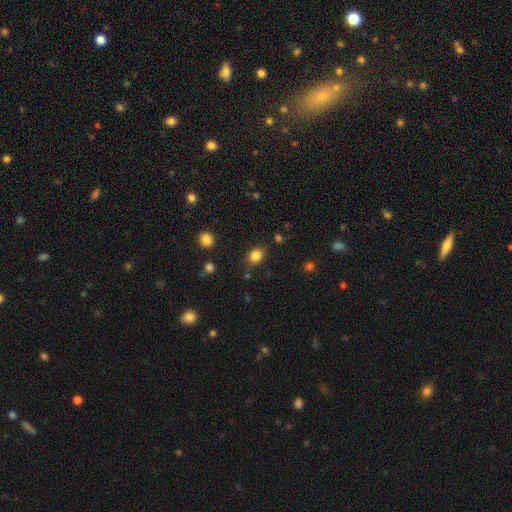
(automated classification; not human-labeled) Smooth or featured?
  - smooth: 84% *
  - star or artifact: 11%
  - featured or disk: 5%
How rounded?
  - in between: 53% *
  - round: 46%
  - cigar-shaped: 1%
Merging?
  - none: 80% *
  - minor disturbance: 13%
  - major disturbance: 4%
  - merger: 3%